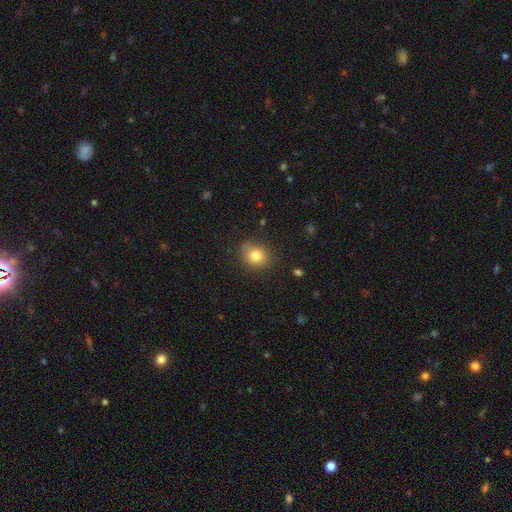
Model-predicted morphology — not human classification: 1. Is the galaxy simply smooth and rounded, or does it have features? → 81% smooth, 10% star or artifact, 9% featured or disk.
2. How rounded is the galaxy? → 65% round, 34% in between, 1% cigar-shaped.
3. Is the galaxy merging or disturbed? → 76% none, 18% minor disturbance, 4% major disturbance, 2% merger.